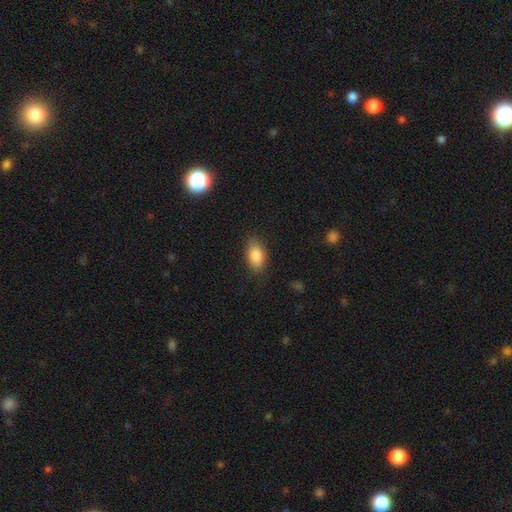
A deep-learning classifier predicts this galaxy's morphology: Q: Smooth or featured?
A: smooth (85%); runner-up: star or artifact (8%)
Q: How rounded?
A: in between (90%); runner-up: round (6%)
Q: Merging?
A: none (84%); runner-up: minor disturbance (11%)